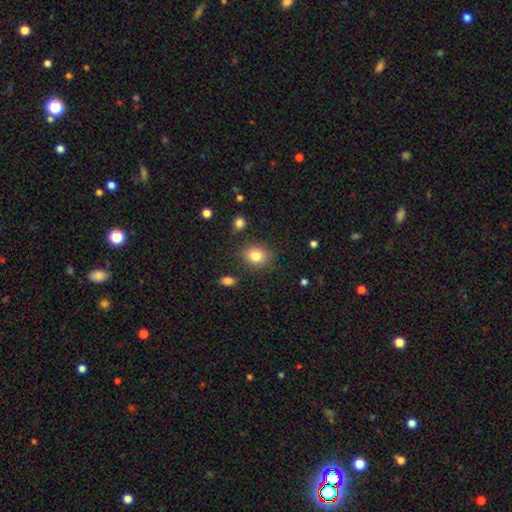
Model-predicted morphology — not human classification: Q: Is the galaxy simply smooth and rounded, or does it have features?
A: smooth — 82%.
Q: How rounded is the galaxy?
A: round — 62%.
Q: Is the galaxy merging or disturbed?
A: none — 82%.